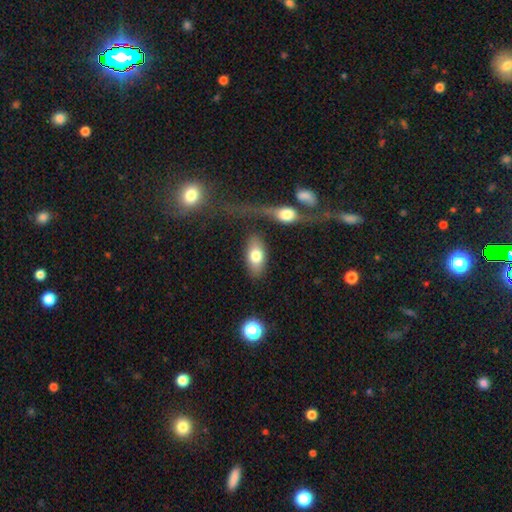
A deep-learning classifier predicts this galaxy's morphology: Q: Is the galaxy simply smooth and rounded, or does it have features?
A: smooth — 74%.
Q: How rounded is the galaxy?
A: in between — 90%.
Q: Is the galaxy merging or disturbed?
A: none — 72%.